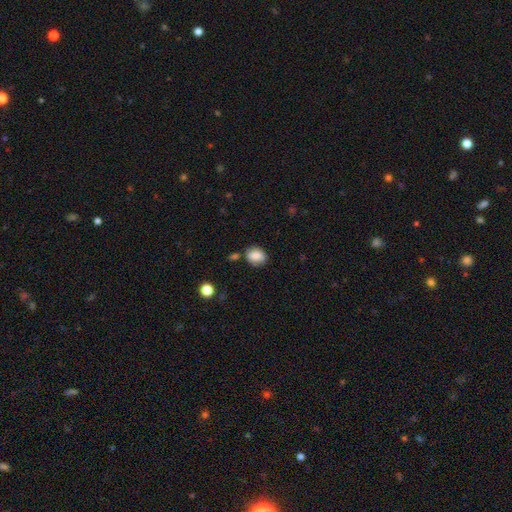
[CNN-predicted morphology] This appears to be a smooth galaxy with no disk features (84%) that is in between round and cigar-shaped (50%). Merging: none (74%).